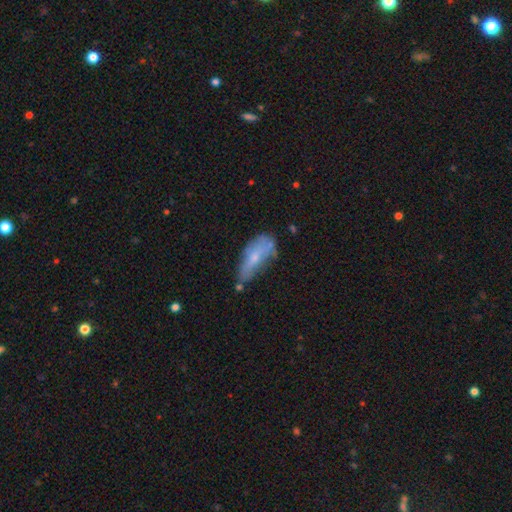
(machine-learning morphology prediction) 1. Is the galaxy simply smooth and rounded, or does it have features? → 54% smooth, 37% featured or disk, 9% star or artifact.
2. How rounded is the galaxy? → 72% in between, 25% cigar-shaped, 3% round.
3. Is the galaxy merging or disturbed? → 35% none, 33% minor disturbance, 21% major disturbance, 11% merger.